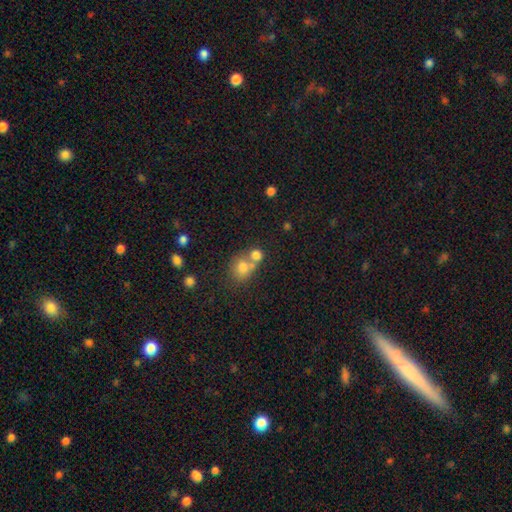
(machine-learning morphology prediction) A smooth galaxy with no disk features (74%) that is round (73%). Merging: merger (52%).